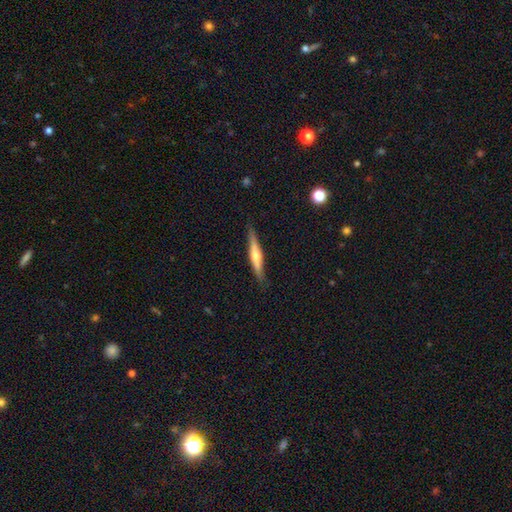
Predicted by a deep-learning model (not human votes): featured or disk 59%, smooth 35%, star or artifact 6%. Down the decision tree: edge-on disk — yes (95%); edge-on bulge — rounded (86%); merging — none (86%).